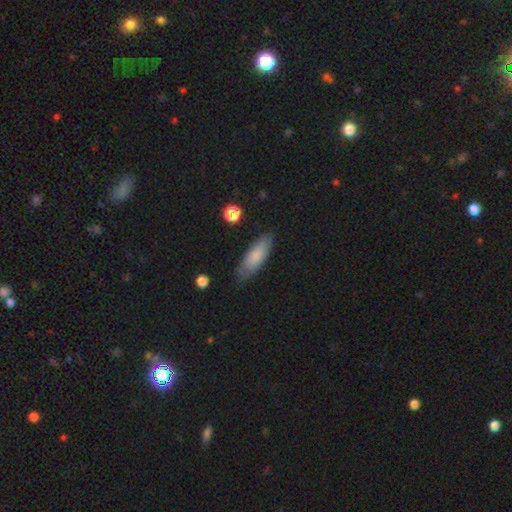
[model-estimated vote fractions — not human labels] This is likely a smooth galaxy (80%). How rounded: possibly in between (58%). Merging: likely none (78%).